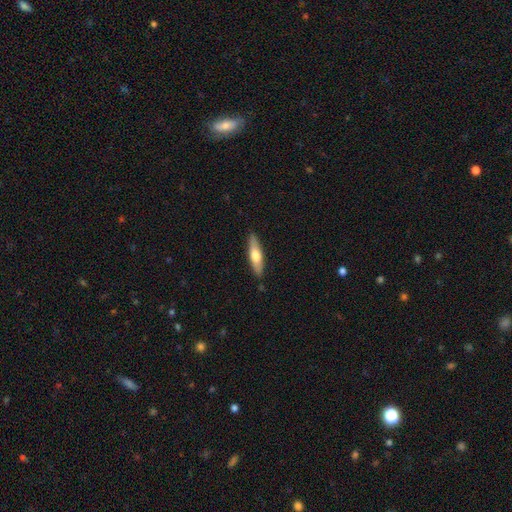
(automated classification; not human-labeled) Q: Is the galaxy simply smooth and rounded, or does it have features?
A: smooth — 56%.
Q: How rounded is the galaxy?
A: cigar-shaped — 71%.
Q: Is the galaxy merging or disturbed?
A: none — 87%.